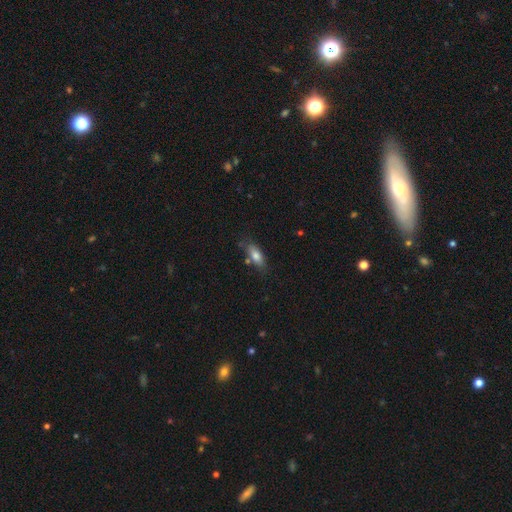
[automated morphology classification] A smooth galaxy with no disk features (75%) that is in between round and cigar-shaped (74%).

Vote fractions:
- Smooth or featured? smooth: 75% / featured or disk: 17% / star or artifact: 8%
- How rounded? in between: 74% / cigar-shaped: 23% / round: 3%
- Merging? none: 70% / minor disturbance: 18% / merger: 7% / major disturbance: 5%